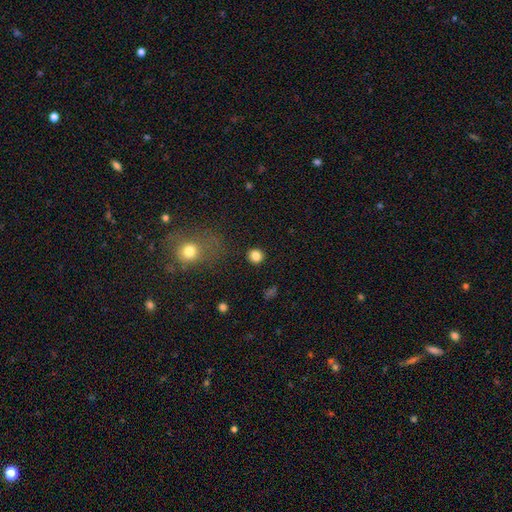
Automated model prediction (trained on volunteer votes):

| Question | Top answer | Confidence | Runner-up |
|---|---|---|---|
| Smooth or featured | smooth | 83% | star or artifact (12%) |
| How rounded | round | 87% | in between (12%) |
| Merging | none | 90% | minor disturbance (6%) |